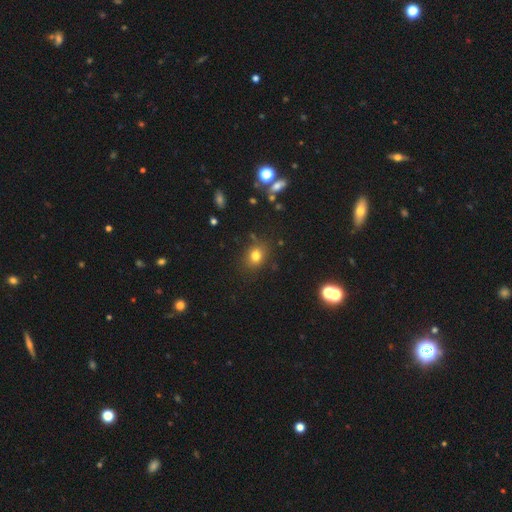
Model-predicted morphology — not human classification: smooth-or-featured: smooth: 77% | star or artifact: 15% | featured or disk: 8%
  how-rounded: round: 53% | in between: 46% | cigar-shaped: 1%
  merging: none: 81% | minor disturbance: 13% | major disturbance: 4% | merger: 3%